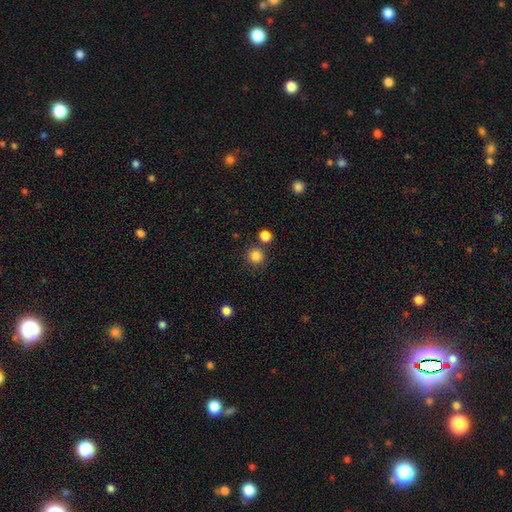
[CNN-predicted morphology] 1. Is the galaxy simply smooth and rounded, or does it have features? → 85% smooth, 11% star or artifact, 4% featured or disk.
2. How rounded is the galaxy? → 93% round, 6% in between, 1% cigar-shaped.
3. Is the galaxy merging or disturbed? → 81% none, 8% merger, 8% minor disturbance, 3% major disturbance.